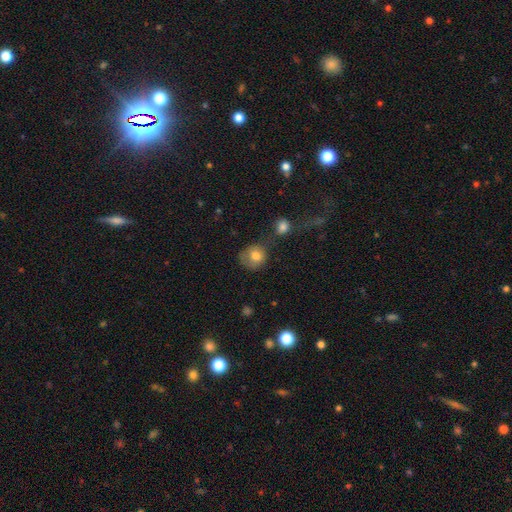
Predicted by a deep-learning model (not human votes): Smooth or featured: smooth — 77% (featured or disk — 14%)
How rounded: round — 76% (in between — 23%)
Merging: none — 47% (minor disturbance — 24%)